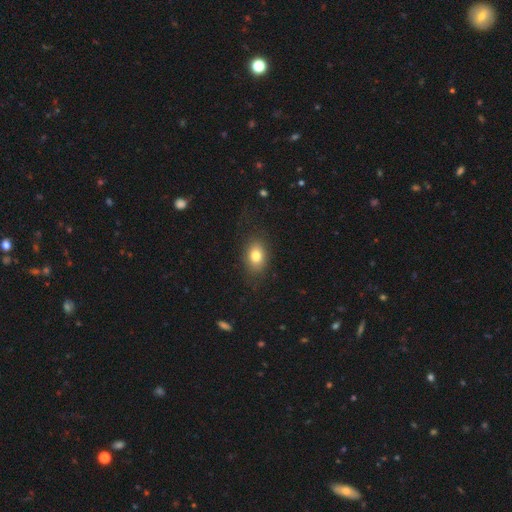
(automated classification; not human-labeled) A smooth galaxy with no disk features (79%) that is in between round and cigar-shaped (76%).

Vote fractions:
- Smooth or featured? smooth: 79% / featured or disk: 11% / star or artifact: 10%
- How rounded? in between: 76% / round: 22% / cigar-shaped: 2%
- Merging? none: 82% / minor disturbance: 12% / major disturbance: 5% / merger: 1%